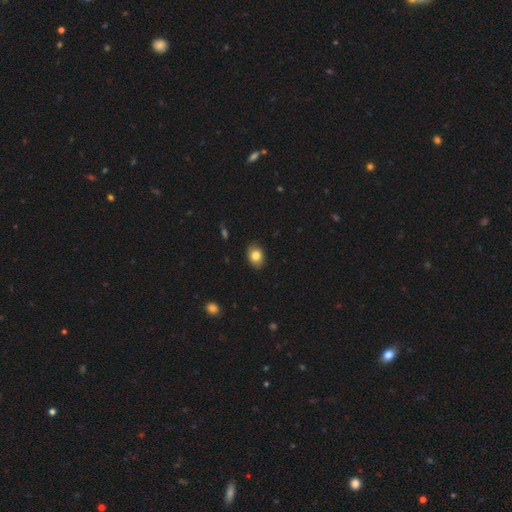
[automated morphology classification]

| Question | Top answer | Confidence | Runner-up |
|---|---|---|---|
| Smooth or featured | smooth | 83% | star or artifact (9%) |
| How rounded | in between | 66% | round (33%) |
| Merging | none | 89% | minor disturbance (8%) |